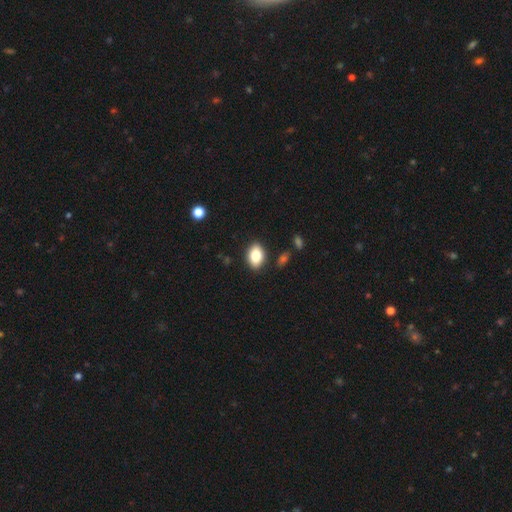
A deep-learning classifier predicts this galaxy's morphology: smooth_or_featured: smooth (p=0.82) [alt: featured or disk p=0.10]
how_rounded: in between (p=0.86) [alt: round p=0.12]
merging: none (p=0.86) [alt: minor disturbance p=0.10]